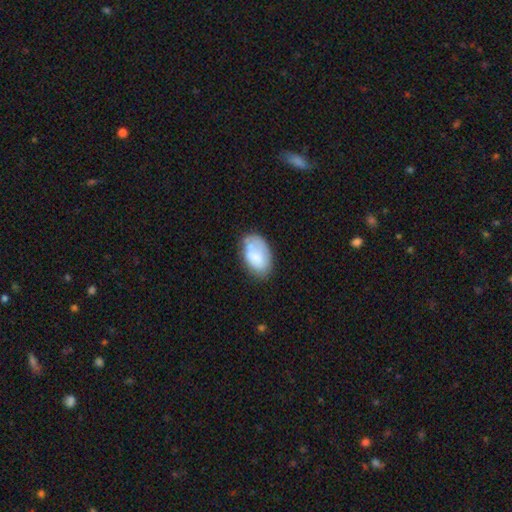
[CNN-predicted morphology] The model was most divided on "merging": none: 53%, minor disturbance: 29%, major disturbance: 11%, merger: 8%. More confident: how rounded — in between (92%); smooth or featured — smooth (70%).